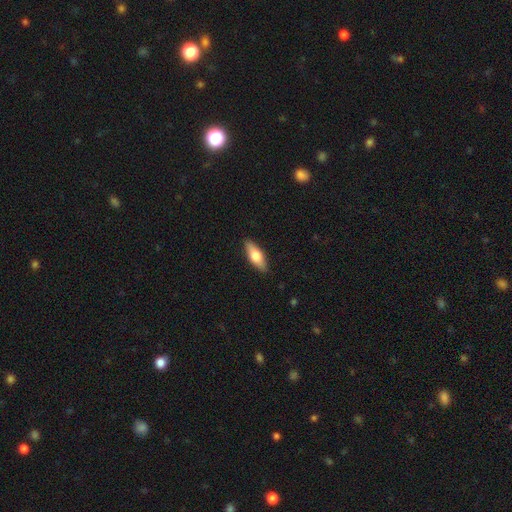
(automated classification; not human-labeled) Q: Smooth or featured?
A: smooth (63%); runner-up: featured or disk (32%)
Q: How rounded?
A: in between (65%); runner-up: cigar-shaped (33%)
Q: Merging?
A: none (88%); runner-up: minor disturbance (9%)